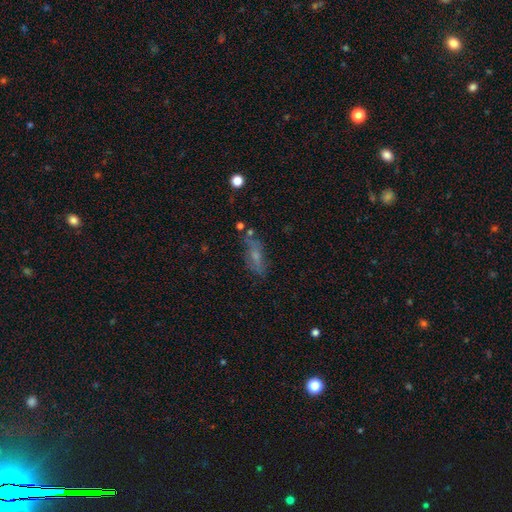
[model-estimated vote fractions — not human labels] Q: Smooth or featured?
A: smooth (52%); runner-up: featured or disk (34%)
Q: How rounded?
A: in between (57%); runner-up: cigar-shaped (38%)
Q: Merging?
A: none (65%); runner-up: minor disturbance (20%)